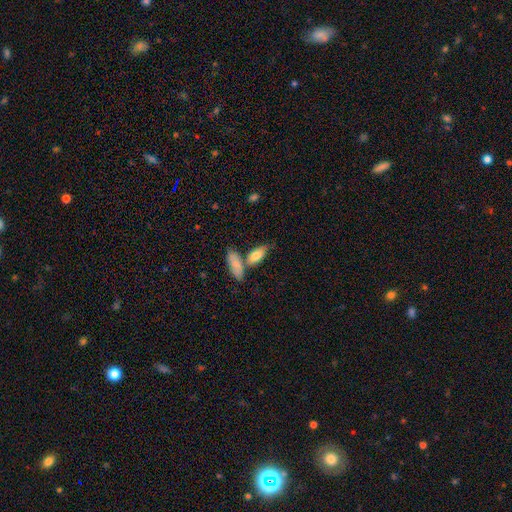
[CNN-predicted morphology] A smooth galaxy with no disk features (80%) that is in between round and cigar-shaped (83%). Merging: none (50%).